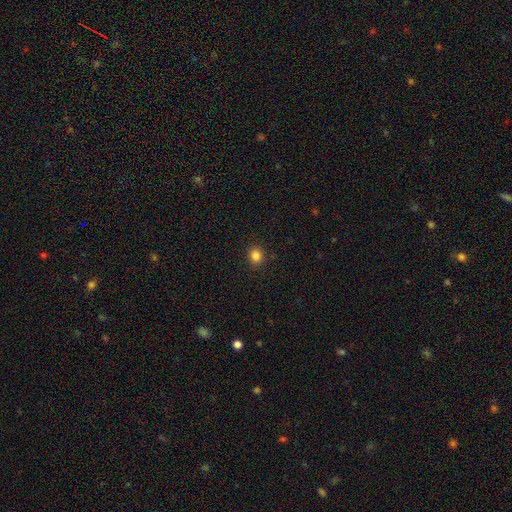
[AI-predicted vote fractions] A smooth galaxy with no disk features (84%) that is round (79%).

Vote fractions:
- Smooth or featured? smooth: 84% / star or artifact: 12% / featured or disk: 3%
- How rounded? round: 79% / in between: 20% / cigar-shaped: 1%
- Merging? none: 90% / minor disturbance: 6% / major disturbance: 2% / merger: 1%